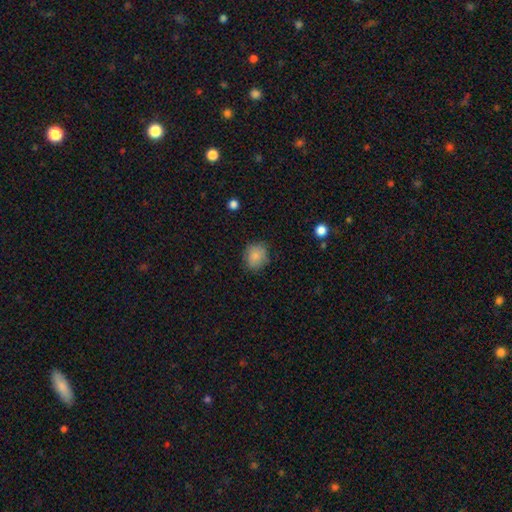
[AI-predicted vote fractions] This appears to be a smooth galaxy with no disk features (85%) that is round (67%). Merging: none (78%).